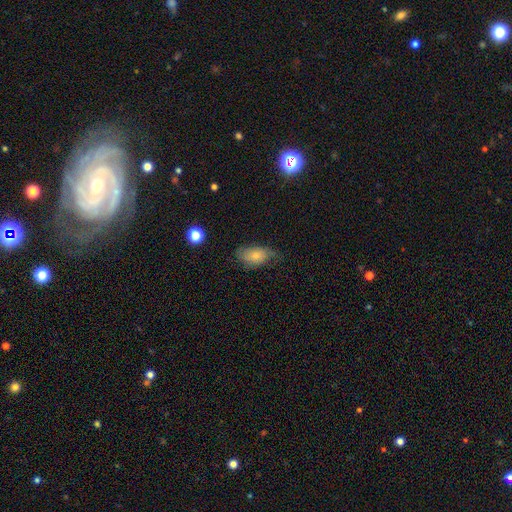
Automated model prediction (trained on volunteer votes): Q: Smooth or featured?
A: smooth (70%); runner-up: featured or disk (22%)
Q: How rounded?
A: in between (89%); runner-up: round (8%)
Q: Merging?
A: none (50%); runner-up: minor disturbance (34%)